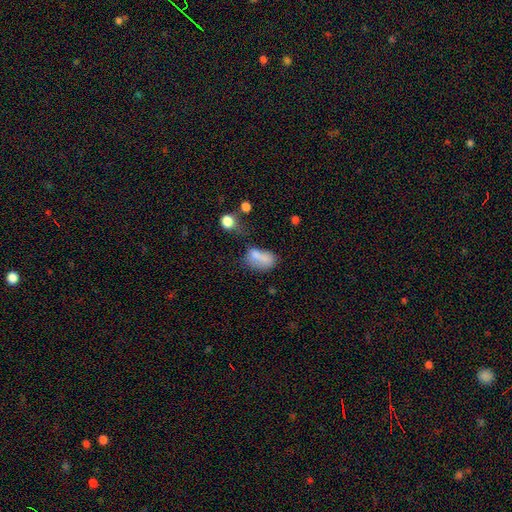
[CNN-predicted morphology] A smooth galaxy with no disk features (73%) that is in between round and cigar-shaped (84%).

Vote fractions:
- Smooth or featured? smooth: 73% / featured or disk: 16% / star or artifact: 11%
- How rounded? in between: 84% / round: 13% / cigar-shaped: 3%
- Merging? merger: 32% / none: 29% / minor disturbance: 21% / major disturbance: 18%